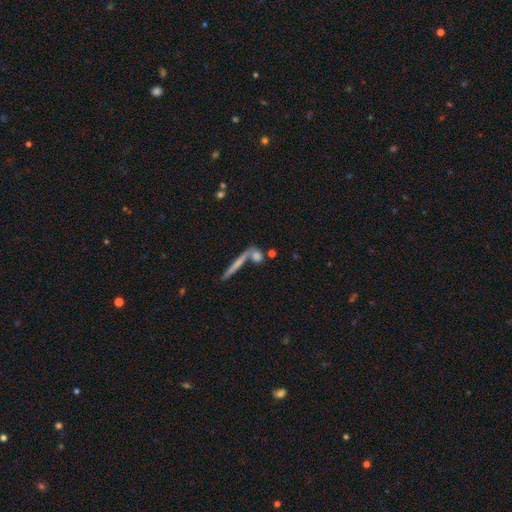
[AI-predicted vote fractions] This is likely a smooth galaxy (62%). How rounded: possibly cigar-shaped (51%). Merging: possibly none (58%).